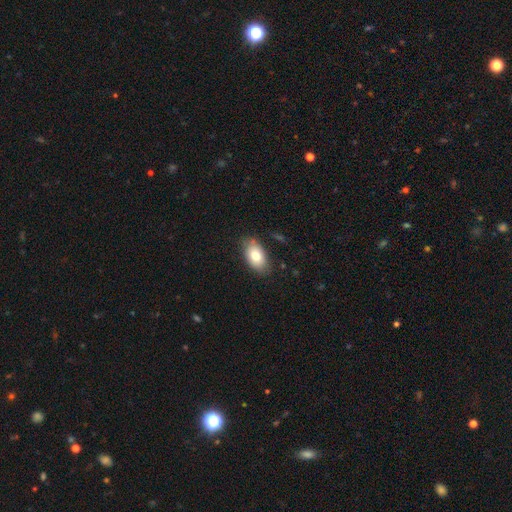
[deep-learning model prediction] A smooth galaxy with no disk features (78%) that is in between round and cigar-shaped (90%).

Vote fractions:
- Smooth or featured? smooth: 78% / featured or disk: 15% / star or artifact: 7%
- How rounded? in between: 90% / round: 8% / cigar-shaped: 2%
- Merging? none: 80% / minor disturbance: 15% / major disturbance: 3% / merger: 2%